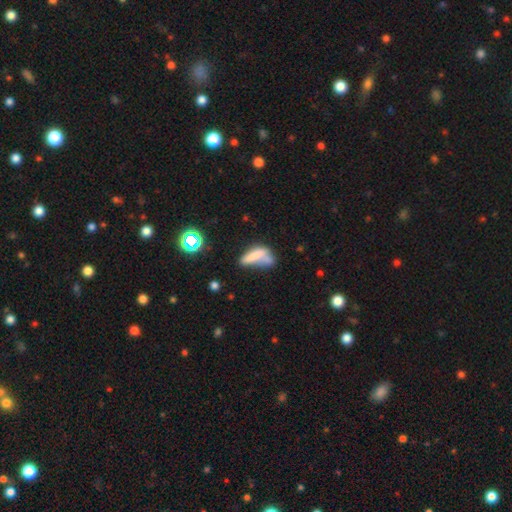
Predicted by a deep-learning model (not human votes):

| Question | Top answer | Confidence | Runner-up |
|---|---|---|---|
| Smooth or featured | smooth | 64% | featured or disk (24%) |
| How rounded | in between | 54% | cigar-shaped (42%) |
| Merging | none | 28% | minor disturbance (25%) |